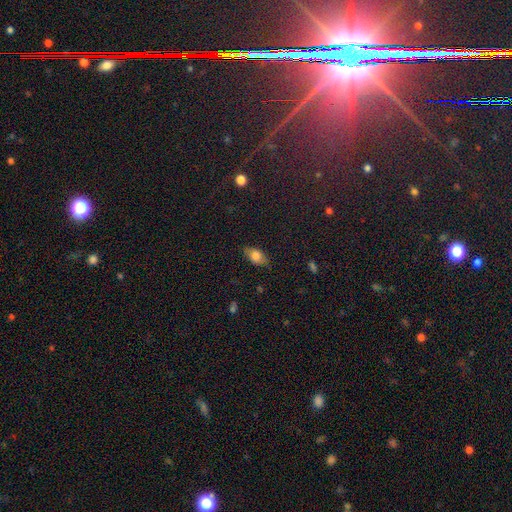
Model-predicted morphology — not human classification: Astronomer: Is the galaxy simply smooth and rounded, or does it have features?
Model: smooth — 74%.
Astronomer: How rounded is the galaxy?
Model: in between — 87%.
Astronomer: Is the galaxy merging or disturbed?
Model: none — 77%.